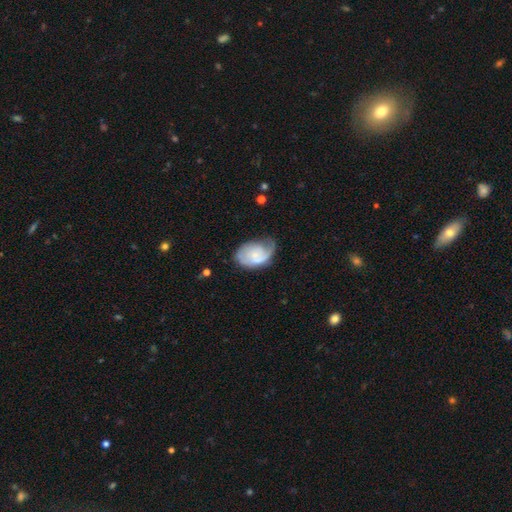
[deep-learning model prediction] This is possibly a featured or disk galaxy (59%). It is clearly not viewed edge-on (97%). Bar: likely no (74%). Spiral arm pattern: clearly yes (82%). Central bulge: likely small (61%). Merging: marginally none (44%).